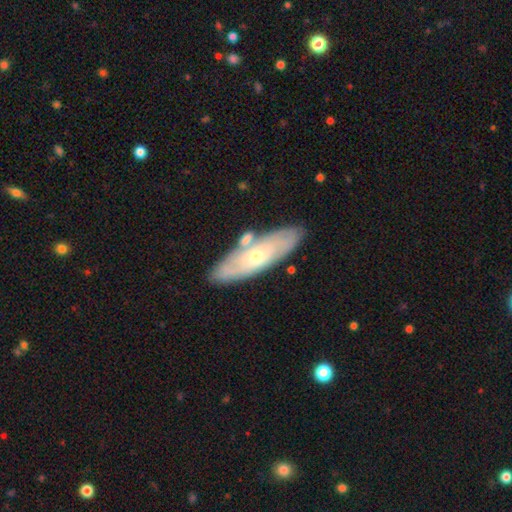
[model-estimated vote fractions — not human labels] Overall: featured or disk (57%; smooth 37%). Edge-on disk: no (70%). Merging: none (76%).